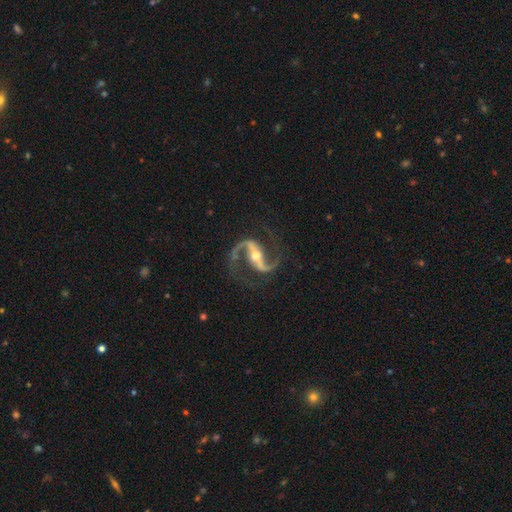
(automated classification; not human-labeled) This appears to be a featured or disk galaxy (94%) with a strong bar (58%), 2 (94%) medium (54%) spiral arms (98%) and a moderate central bulge (61%). Merging: none (81%).